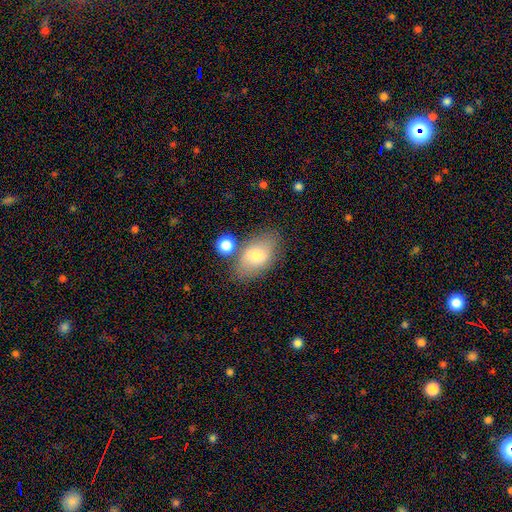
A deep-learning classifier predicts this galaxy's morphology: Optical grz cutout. It shows a smooth galaxy with no disk features (72%) that is in between round and cigar-shaped (90%). Merging: none (66%).